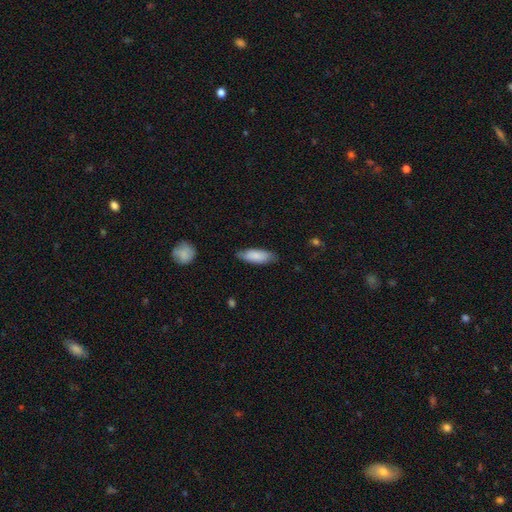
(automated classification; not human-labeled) Smooth or featured?
  - smooth: 83% *
  - featured or disk: 12%
  - star or artifact: 6%
How rounded?
  - in between: 68% *
  - cigar-shaped: 30%
  - round: 2%
Merging?
  - none: 77% *
  - minor disturbance: 19%
  - major disturbance: 3%
  - merger: 1%